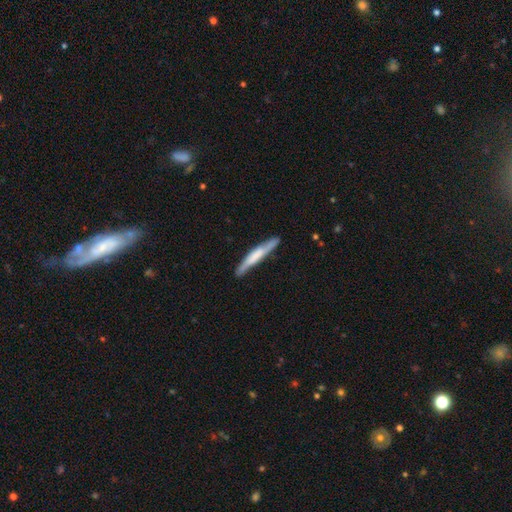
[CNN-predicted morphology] Q: Smooth or featured?
A: smooth (49%); runner-up: featured or disk (46%)
Q: Merging?
A: none (82%); runner-up: minor disturbance (14%)